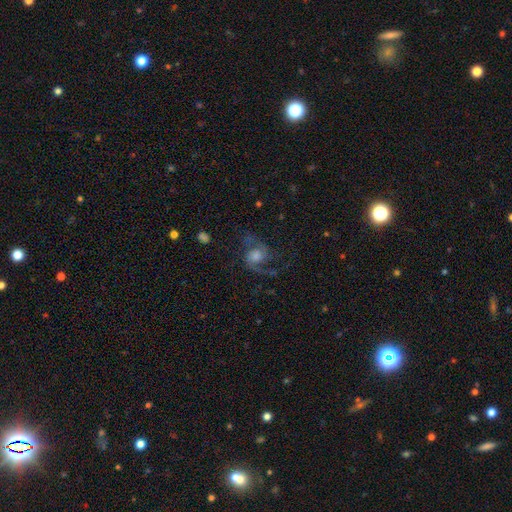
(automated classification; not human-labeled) Smooth or featured? Predicted: featured or disk (p=0.77). Edge-on disk? Predicted: no (p=0.97). Bar? Predicted: no (p=0.65). Spiral arms? Predicted: yes (p=0.95). Spiral winding? Predicted: loose (p=0.46). Spiral arm count? Predicted: 2 (p=0.87). Bulge size? Predicted: moderate (p=0.42). Merging? Predicted: none (p=0.65).